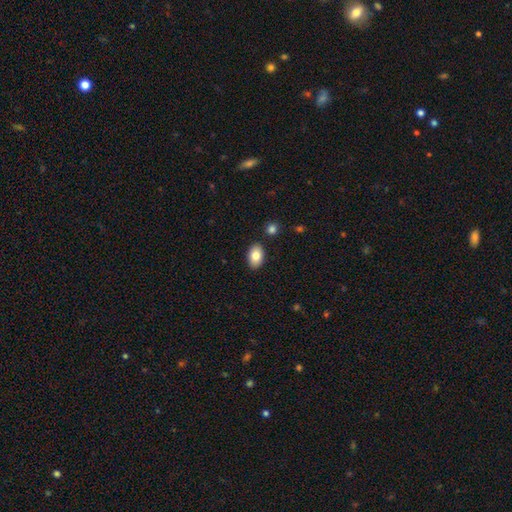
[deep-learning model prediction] smooth 83%, featured or disk 10%, star or artifact 7%. Down the decision tree: how rounded — in between (90%); merging — none (88%).